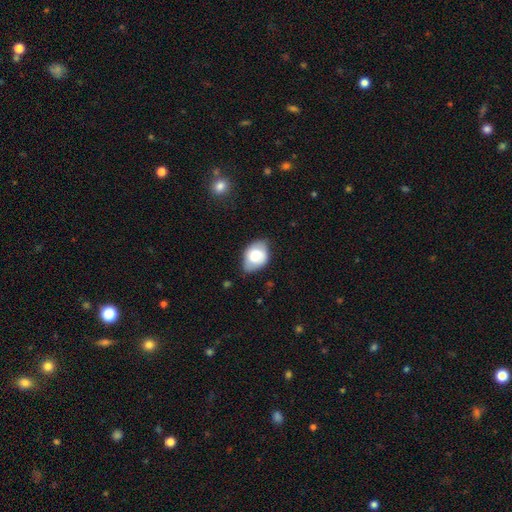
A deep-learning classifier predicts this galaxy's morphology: type=smooth (73%); roundness=in between (78%); merging=none (54%).